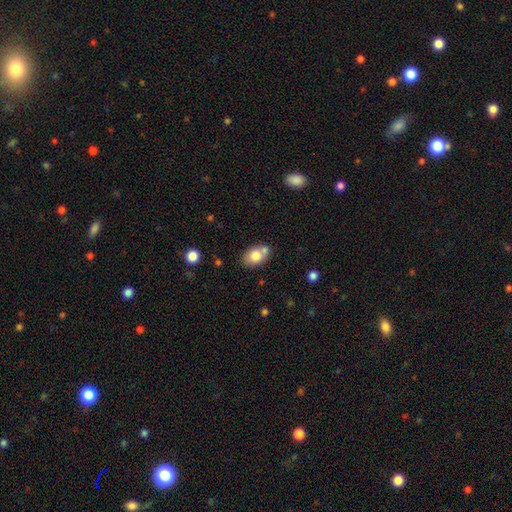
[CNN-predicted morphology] smooth_or_featured: smooth (p=0.77) [alt: featured or disk p=0.14]
how_rounded: in between (p=0.79) [alt: round p=0.19]
merging: none (p=0.56) [alt: merger p=0.24]